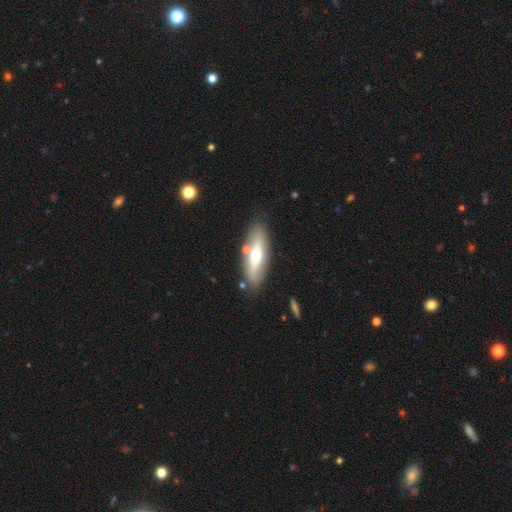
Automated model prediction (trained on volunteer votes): smooth_or_featured: smooth (p=0.54) [alt: featured or disk p=0.40]
how_rounded: in between (p=0.61) [alt: cigar-shaped p=0.36]
merging: none (p=0.79) [alt: minor disturbance p=0.12]